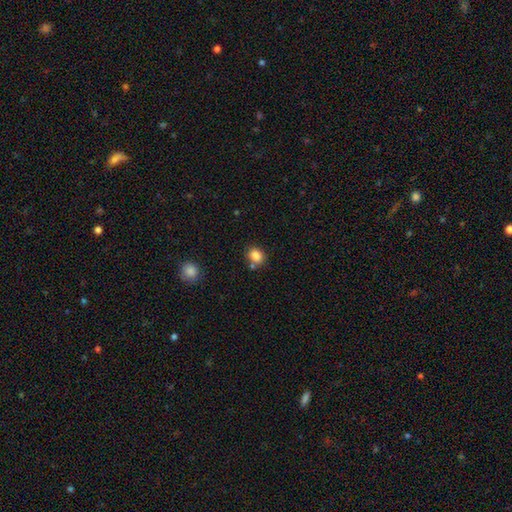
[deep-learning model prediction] Smooth or featured? smooth (85%)
How rounded? round (51%)
Merging? none (69%)